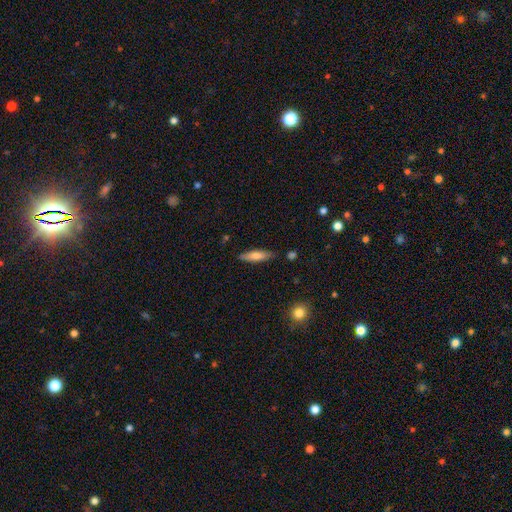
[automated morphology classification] Smooth or featured? smooth (67%)
How rounded? cigar-shaped (72%)
Merging? none (83%)